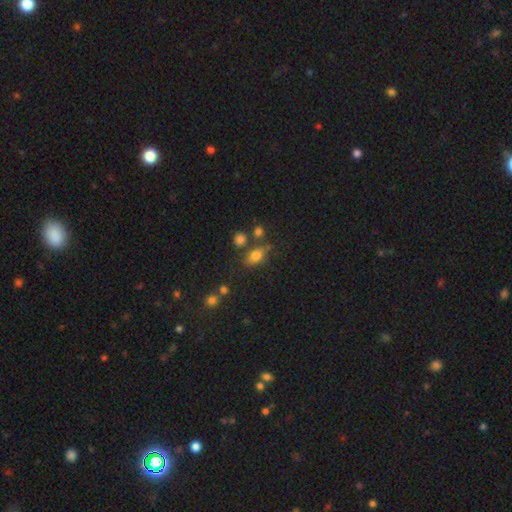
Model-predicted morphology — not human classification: smooth-or-featured: smooth: 74% | star or artifact: 13% | featured or disk: 13%
  how-rounded: in between: 79% | round: 15% | cigar-shaped: 6%
  merging: none: 63% | minor disturbance: 19% | merger: 11% | major disturbance: 7%